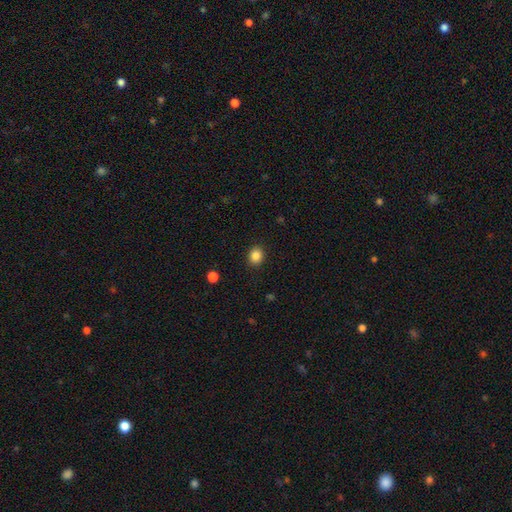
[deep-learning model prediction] Overall: smooth (86%). How rounded: round (70%). Merging: none (91%).